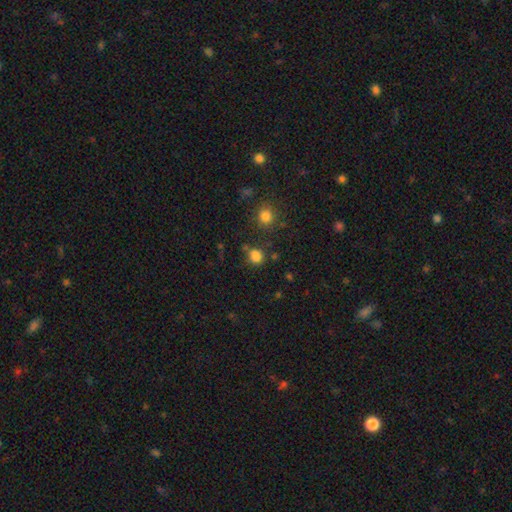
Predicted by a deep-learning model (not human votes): smooth 80%, star or artifact 16%, featured or disk 4%. Down the decision tree: how rounded — round (70%); merging — none (69%).